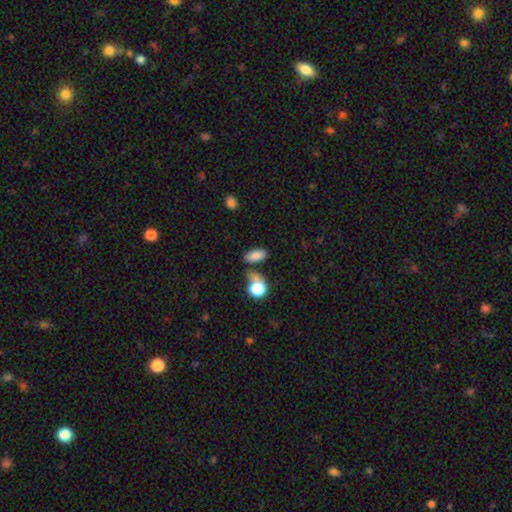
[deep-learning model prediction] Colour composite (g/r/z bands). It shows a smooth galaxy with no disk features (84%) that is in between round and cigar-shaped (86%). Merging: none (64%).